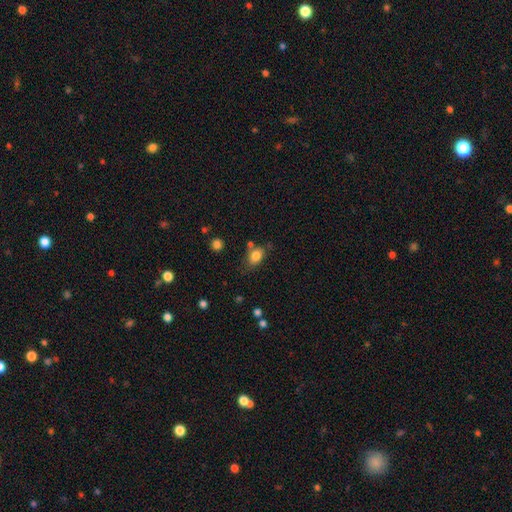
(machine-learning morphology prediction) A smooth galaxy with no disk features (82%) that is in between round and cigar-shaped (75%). Merging: none (63%).